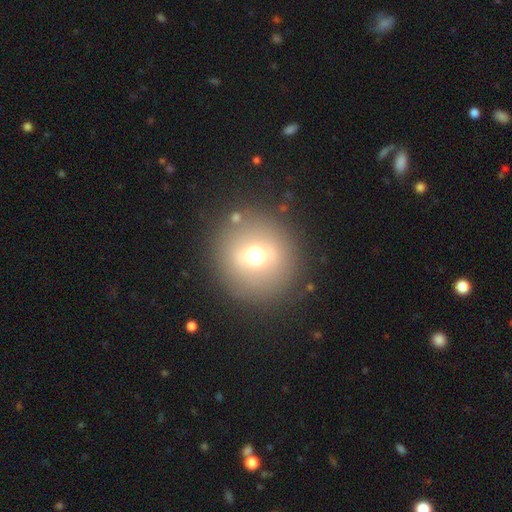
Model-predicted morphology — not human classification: smooth_or_featured: smooth (p=0.62) [alt: featured or disk p=0.22]
how_rounded: round (p=0.93) [alt: in between p=0.06]
merging: none (p=0.86) [alt: minor disturbance p=0.07]